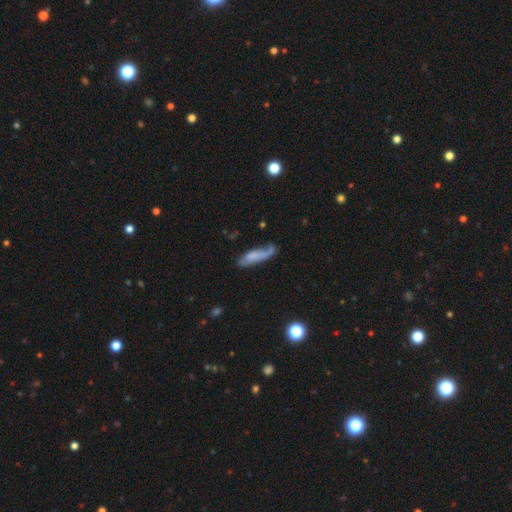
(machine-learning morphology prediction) Smooth or featured?
  - smooth: 51% *
  - featured or disk: 40%
  - star or artifact: 8%
How rounded?
  - cigar-shaped: 64% *
  - in between: 34%
  - round: 3%
Merging?
  - none: 49% *
  - minor disturbance: 28%
  - major disturbance: 16%
  - merger: 7%